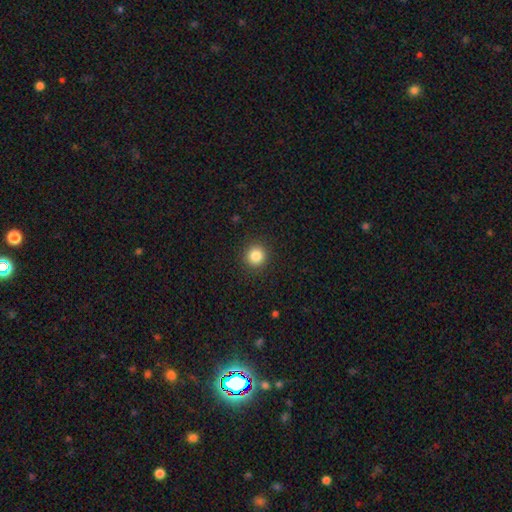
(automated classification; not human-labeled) Smooth or featured? Predicted: smooth (p=0.85). How rounded? Predicted: round (p=0.93). Merging? Predicted: none (p=0.91).